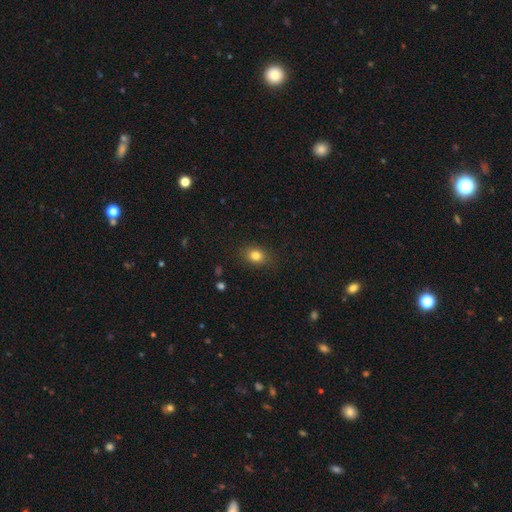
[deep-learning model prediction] The model was most divided on "how rounded": in between: 58%, round: 40%, cigar-shaped: 1%. More confident: merging — none (86%); smooth or featured — smooth (82%).